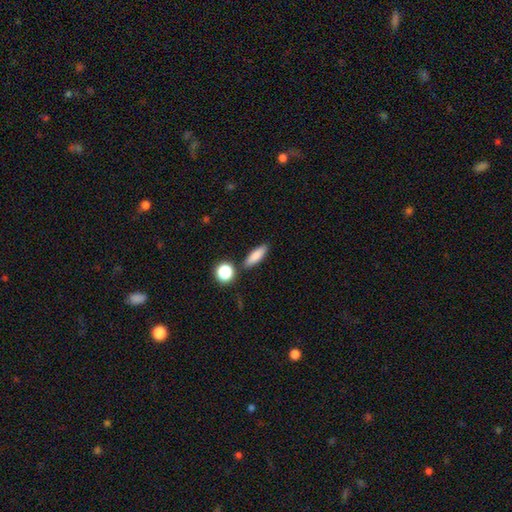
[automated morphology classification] This appears to be a smooth galaxy with no disk features (81%) that is in between round and cigar-shaped (50%). Merging: none (83%).